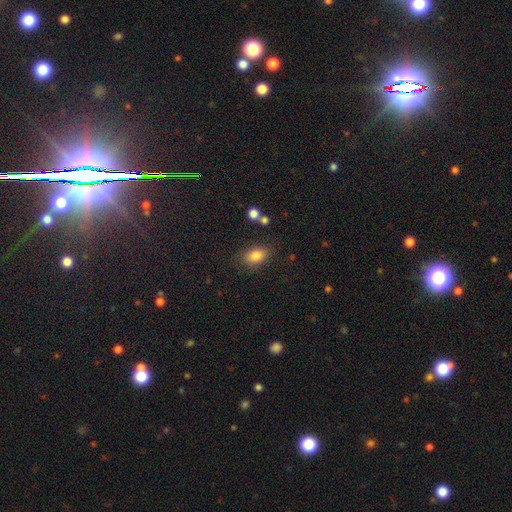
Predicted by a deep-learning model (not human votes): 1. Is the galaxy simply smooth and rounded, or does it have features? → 83% smooth, 10% star or artifact, 7% featured or disk.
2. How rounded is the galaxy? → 83% in between, 15% round, 2% cigar-shaped.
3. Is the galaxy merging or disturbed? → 77% none, 14% minor disturbance, 4% major disturbance, 4% merger.